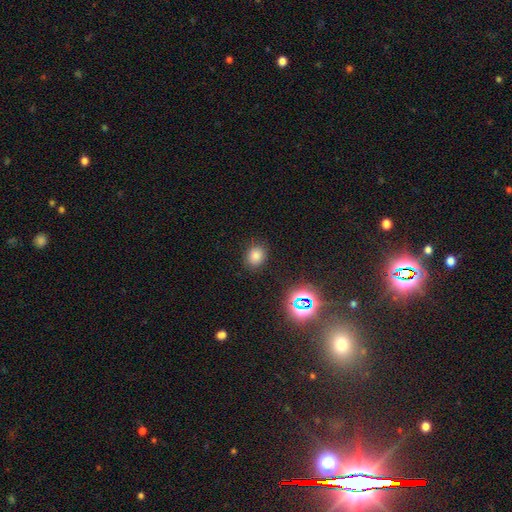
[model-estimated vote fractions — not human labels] This appears to be a smooth galaxy with no disk features (77%) that is round (57%). Merging: none (84%).